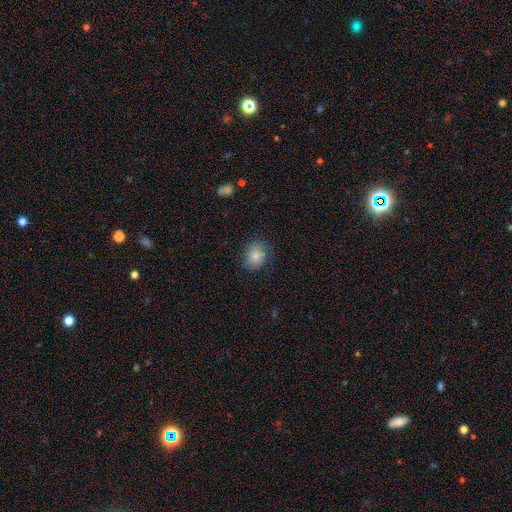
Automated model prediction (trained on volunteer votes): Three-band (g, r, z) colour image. It shows a smooth galaxy with no disk features (83%) that is round (52%). Merging: none (82%).